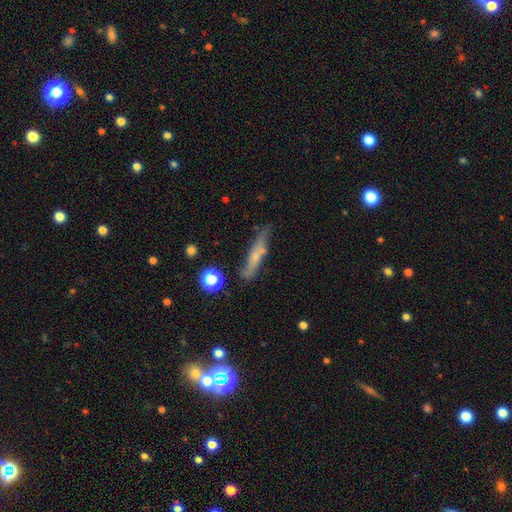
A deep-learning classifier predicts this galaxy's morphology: smooth_or_featured: smooth (p=0.51) [alt: featured or disk p=0.40]
how_rounded: cigar-shaped (p=0.85) [alt: in between p=0.12]
merging: none (p=0.64) [alt: minor disturbance p=0.22]